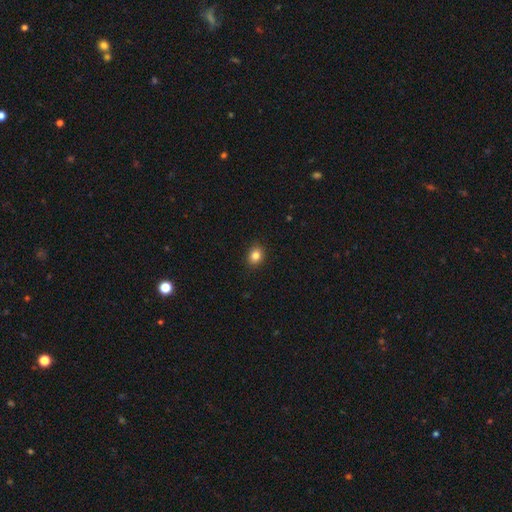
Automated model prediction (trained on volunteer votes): This is clearly a smooth galaxy (84%). How rounded: possibly round (56%). Merging: clearly none (89%).